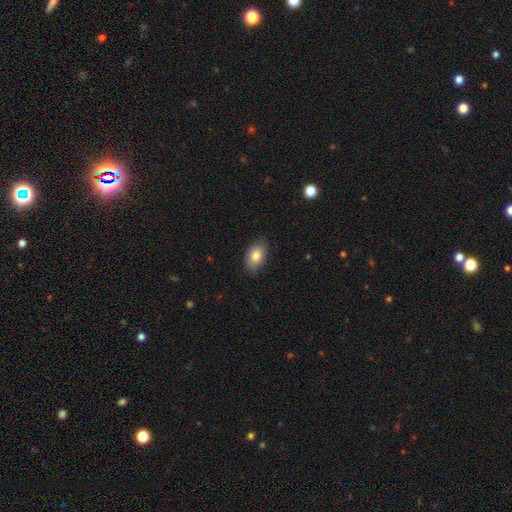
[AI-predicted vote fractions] smooth-or-featured: smooth: 83% | featured or disk: 10% | star or artifact: 7%
  how-rounded: in between: 90% | round: 9% | cigar-shaped: 2%
  merging: none: 84% | minor disturbance: 13% | major disturbance: 2% | merger: 1%